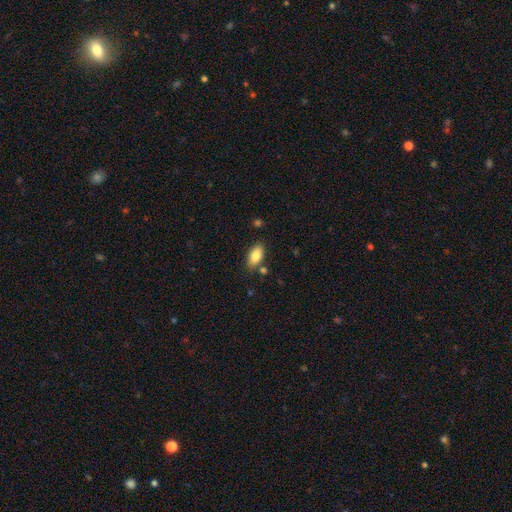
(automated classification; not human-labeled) A smooth galaxy with no disk features (85%) that is in between round and cigar-shaped (92%). Merging: none (81%).